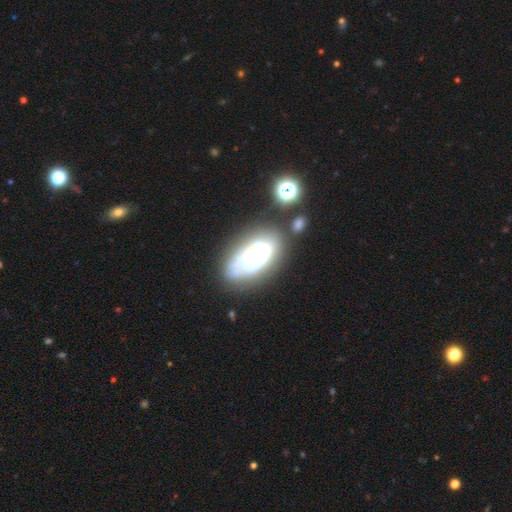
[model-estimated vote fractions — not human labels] This is possibly a smooth galaxy (46%). Merging: possibly none (53%).